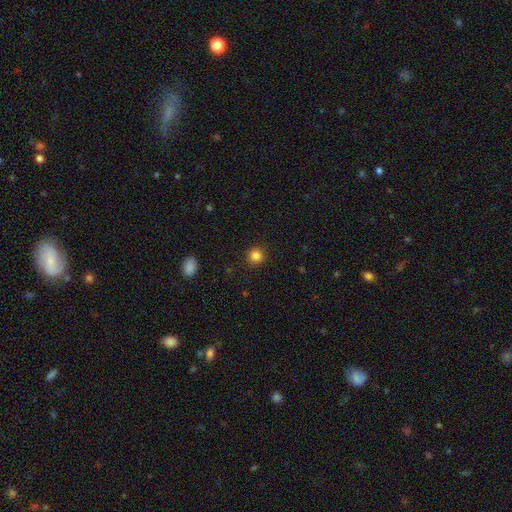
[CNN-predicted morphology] Smooth or featured? Predicted: smooth (p=0.84). How rounded? Predicted: round (p=0.93). Merging? Predicted: none (p=0.91).